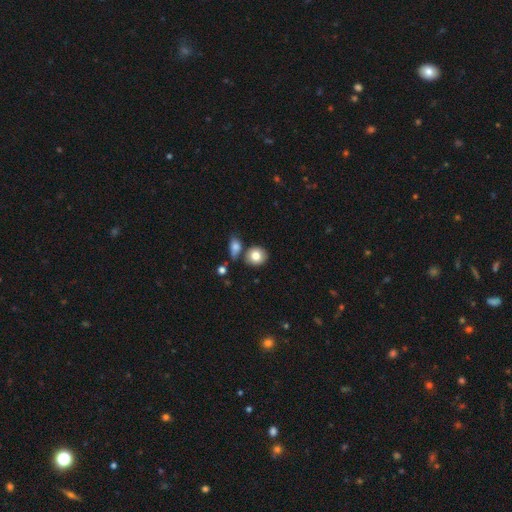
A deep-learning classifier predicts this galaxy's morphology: Smooth or featured? Predicted: smooth (p=0.81). How rounded? Predicted: round (p=0.78). Merging? Predicted: none (p=0.68).